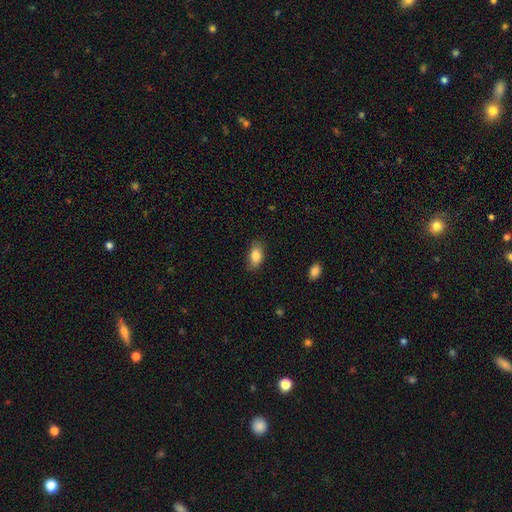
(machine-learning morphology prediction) Overall: smooth (84%). How rounded: in between (90%). Merging: none (83%).